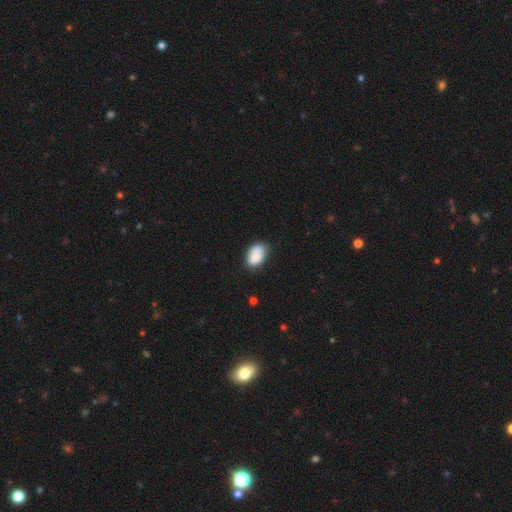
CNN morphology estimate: Q: Smooth or featured?
A: smooth (84%); runner-up: featured or disk (9%)
Q: How rounded?
A: in between (89%); runner-up: round (10%)
Q: Merging?
A: none (61%); runner-up: minor disturbance (27%)